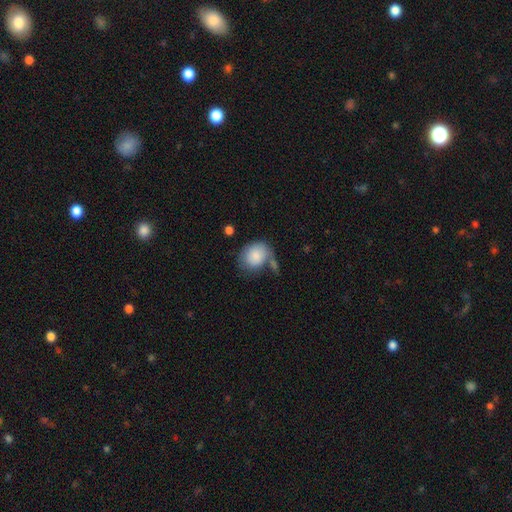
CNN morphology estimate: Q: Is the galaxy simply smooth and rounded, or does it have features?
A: smooth — 84%.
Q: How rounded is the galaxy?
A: round — 54%.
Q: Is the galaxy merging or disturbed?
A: none — 42%.